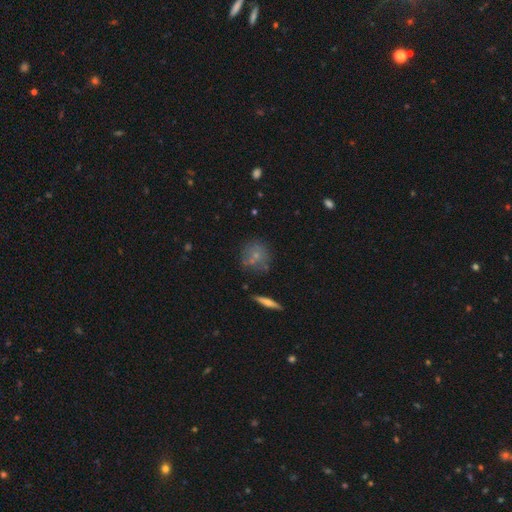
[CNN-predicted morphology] A smooth galaxy with no disk features (61%) that is round (85%).

Vote fractions:
- Smooth or featured? smooth: 61% / featured or disk: 26% / star or artifact: 13%
- How rounded? round: 85% / in between: 13% / cigar-shaped: 2%
- Merging? none: 67% / minor disturbance: 16% / merger: 11% / major disturbance: 6%